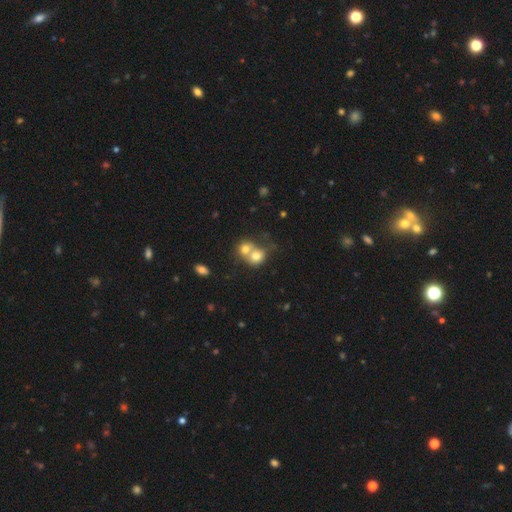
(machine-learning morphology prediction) A smooth galaxy with no disk features (69%) that is round (69%). Merging: merger (70%).